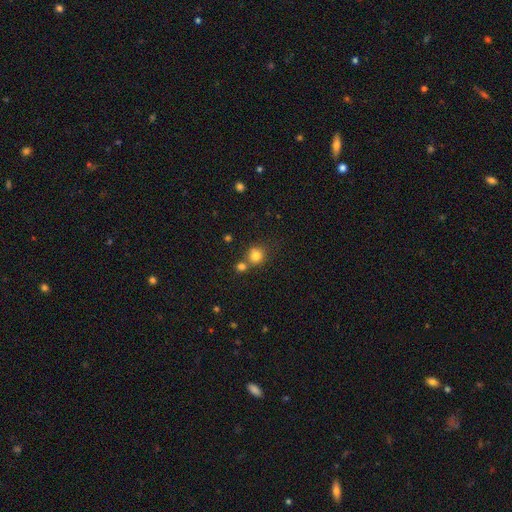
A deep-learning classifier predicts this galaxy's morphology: smooth_or_featured: smooth (p=0.80) [alt: star or artifact p=0.13]
how_rounded: round (p=0.86) [alt: in between p=0.13]
merging: none (p=0.59) [alt: merger p=0.27]